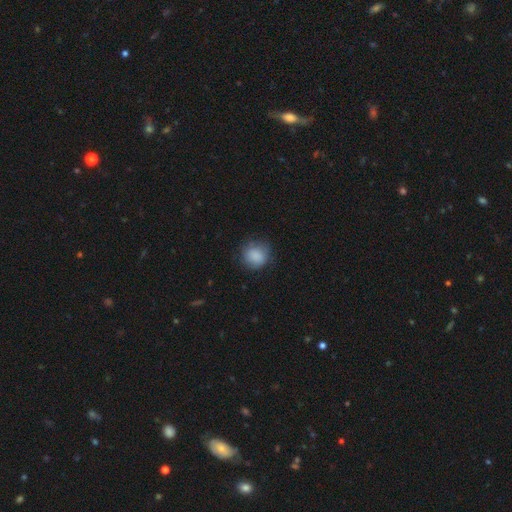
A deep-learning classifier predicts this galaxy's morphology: smooth_or_featured: smooth (p=0.86) [alt: star or artifact p=0.08]
how_rounded: round (p=0.83) [alt: in between p=0.16]
merging: none (p=0.75) [alt: minor disturbance p=0.18]